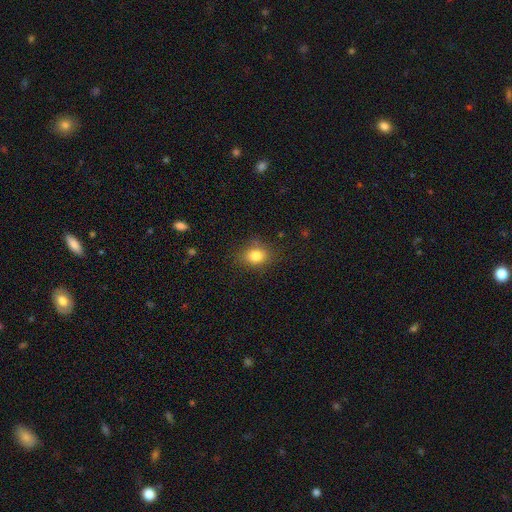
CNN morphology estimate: Smooth or featured? smooth (82%)
How rounded? in between (51%)
Merging? none (80%)